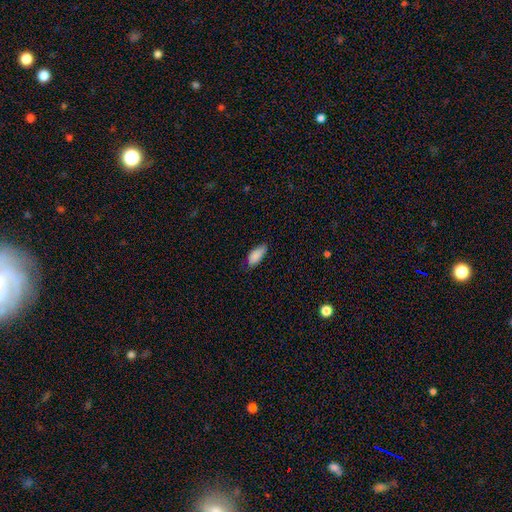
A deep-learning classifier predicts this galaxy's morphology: type=smooth (88%); roundness=in between (86%); merging=none (67%).